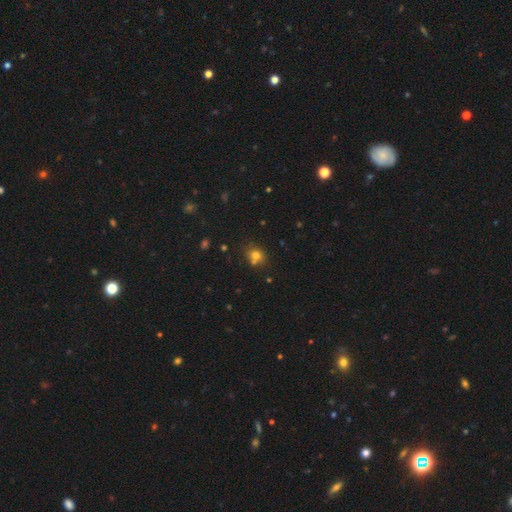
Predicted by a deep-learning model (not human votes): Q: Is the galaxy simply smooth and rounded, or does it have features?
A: smooth — 73%.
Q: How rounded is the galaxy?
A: round — 71%.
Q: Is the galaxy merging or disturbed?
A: none — 61%.